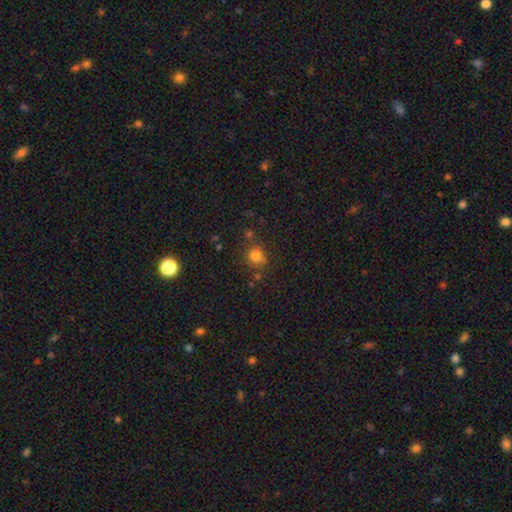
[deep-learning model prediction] Smooth or featured? smooth (78%)
How rounded? round (85%)
Merging? none (73%)